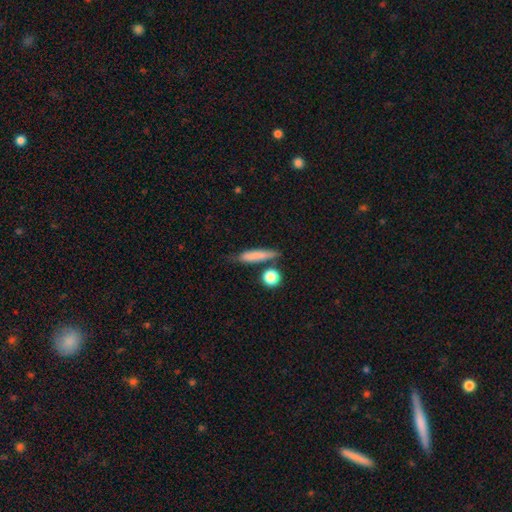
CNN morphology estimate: The model was most divided on "merging": none: 68%, minor disturbance: 18%, merger: 8%, major disturbance: 6%. More confident: smooth or featured — smooth (77%); how rounded — cigar-shaped (76%).